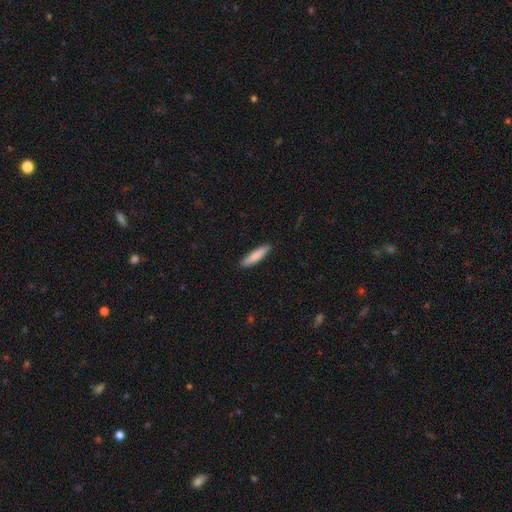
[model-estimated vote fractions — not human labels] smooth-or-featured: smooth: 84% | featured or disk: 10% | star or artifact: 5%
  how-rounded: cigar-shaped: 81% | in between: 17% | round: 1%
  merging: none: 90% | minor disturbance: 7% | major disturbance: 2% | merger: 1%